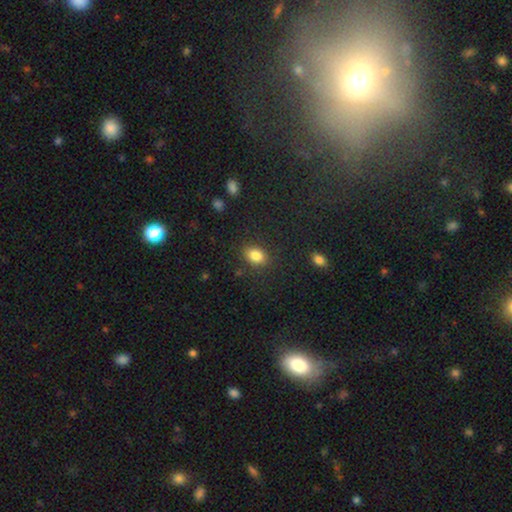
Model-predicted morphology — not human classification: A smooth galaxy with no disk features (84%) that is in between round and cigar-shaped (72%).

Vote fractions:
- Smooth or featured? smooth: 84% / star or artifact: 10% / featured or disk: 6%
- How rounded? in between: 72% / round: 26% / cigar-shaped: 1%
- Merging? none: 84% / minor disturbance: 11% / major disturbance: 4% / merger: 2%